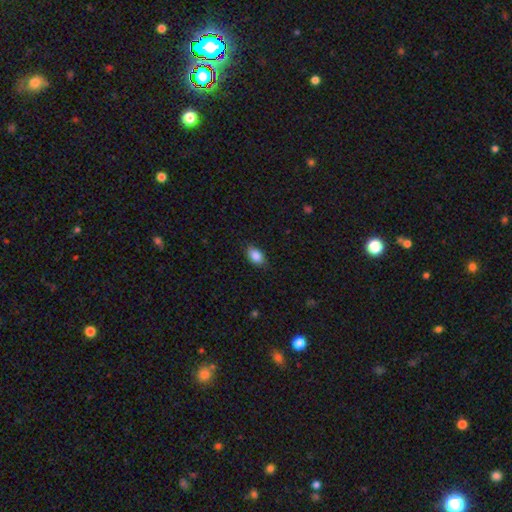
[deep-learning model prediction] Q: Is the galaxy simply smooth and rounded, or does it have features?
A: smooth — 88%.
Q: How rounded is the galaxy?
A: in between — 88%.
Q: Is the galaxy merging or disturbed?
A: none — 83%.